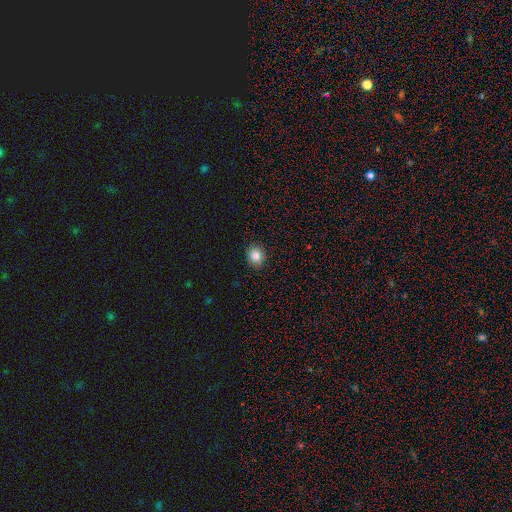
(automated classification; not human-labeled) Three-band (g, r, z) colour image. It shows a smooth galaxy with no disk features (82%) that is round (72%). Merging: none (90%).